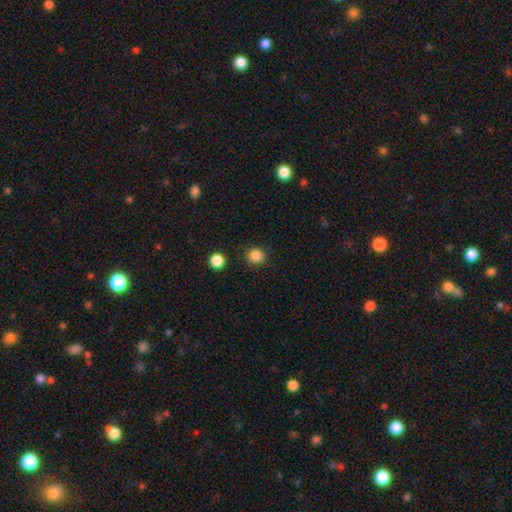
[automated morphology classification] This appears to be a smooth galaxy with no disk features (85%) that is round (91%). Merging: none (90%).